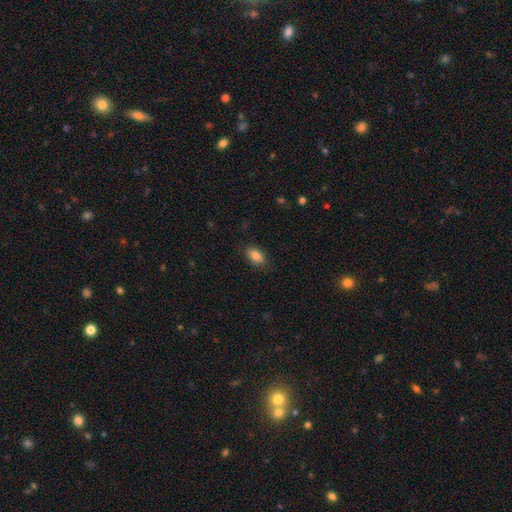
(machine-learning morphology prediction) smooth 85%, star or artifact 8%, featured or disk 8%. Down the decision tree: how rounded — in between (90%); merging — none (84%).